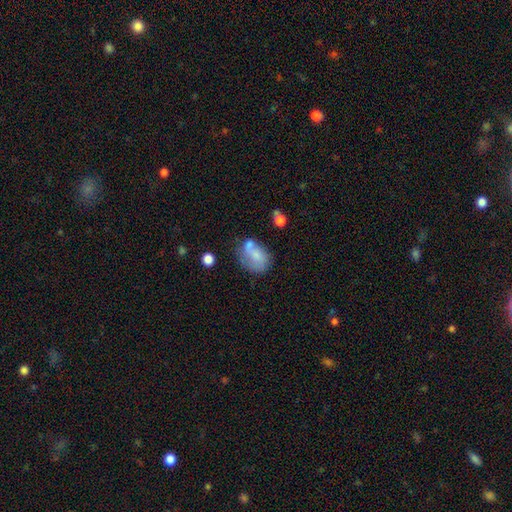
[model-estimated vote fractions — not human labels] This appears to be a smooth galaxy with no disk features (61%) that is in between round and cigar-shaped (72%). Merging: none (33%).